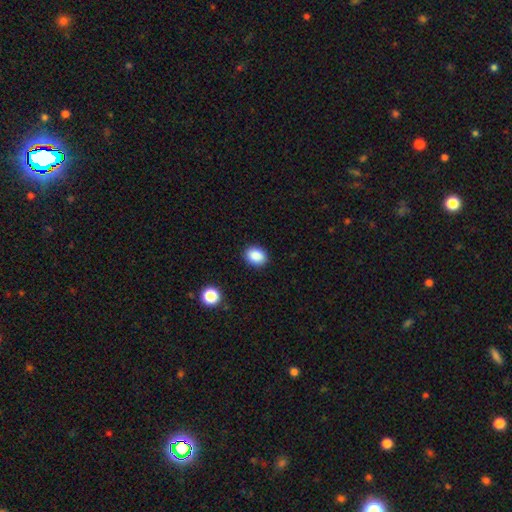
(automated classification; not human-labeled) Morphology: type=smooth (88%); roundness=in between (57%); merging=none (89%).